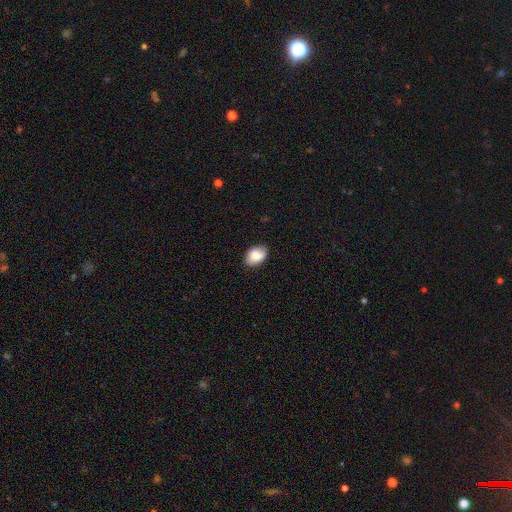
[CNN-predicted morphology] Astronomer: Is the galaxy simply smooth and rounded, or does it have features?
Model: smooth — 83%.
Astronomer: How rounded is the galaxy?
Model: in between — 83%.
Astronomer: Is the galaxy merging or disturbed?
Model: none — 84%.